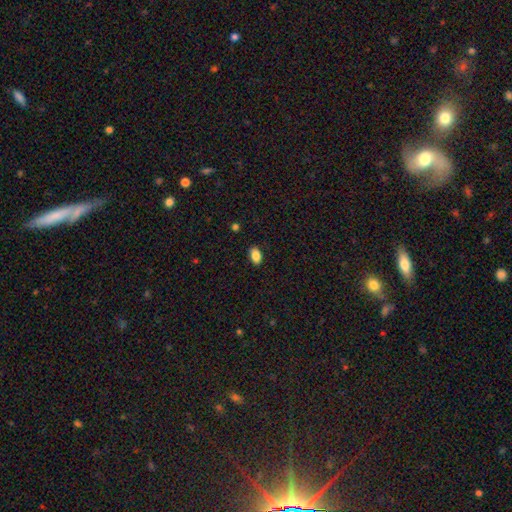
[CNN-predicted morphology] Smooth or featured? Predicted: smooth (p=0.87). How rounded? Predicted: in between (p=0.89). Merging? Predicted: none (p=0.88).